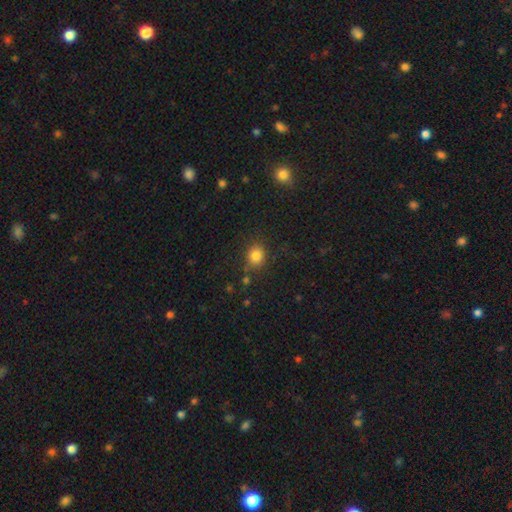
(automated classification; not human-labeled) Overall: smooth (83%). How rounded: round (69%; in between 30%). Merging: none (80%).